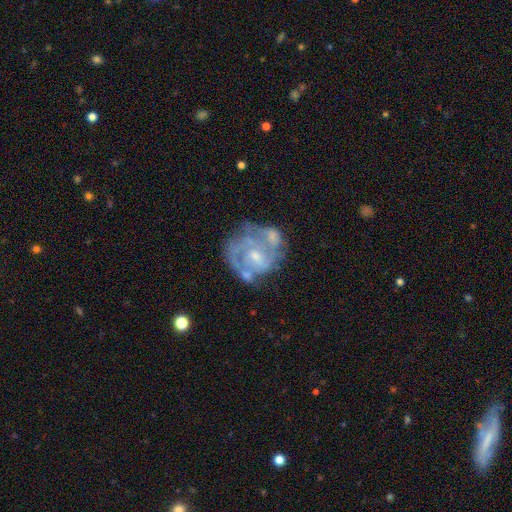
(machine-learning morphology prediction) smooth_or_featured: featured or disk (p=0.83) [alt: smooth p=0.11]
disk_edge_on: no (p=0.98) [alt: yes p=0.02]
bar: no (p=0.53) [alt: weak p=0.40]
has_spiral_arms: yes (p=0.84) [alt: no p=0.16]
spiral_winding: tight (p=0.52) [alt: medium p=0.37]
spiral_arm_count: 2 (p=0.40) [alt: can't tell p=0.29]
bulge_size: small (p=0.56) [alt: moderate p=0.35]
merging: none (p=0.47) [alt: minor disturbance p=0.21]